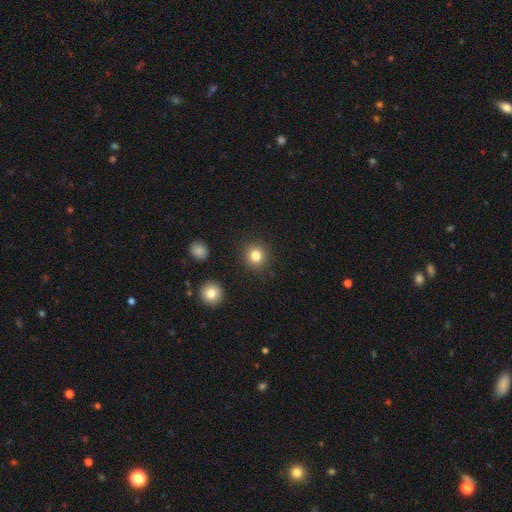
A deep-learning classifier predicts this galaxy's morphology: smooth 81%, star or artifact 12%, featured or disk 7%. Down the decision tree: how rounded — round (91%); merging — none (89%).